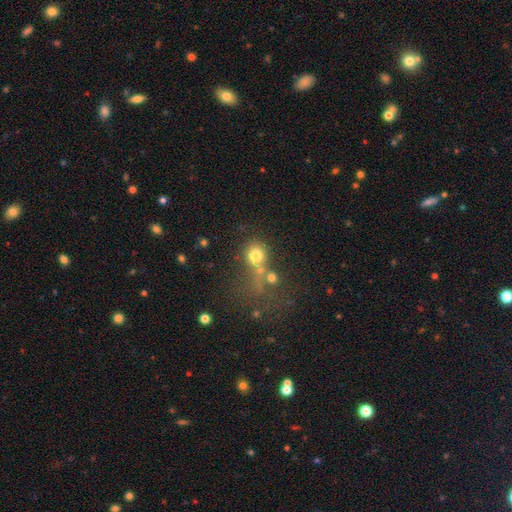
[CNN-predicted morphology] The model was most divided on "merging": none: 42%, merger: 34%, major disturbance: 12%, minor disturbance: 11%. More confident: how rounded — round (83%); smooth or featured — smooth (72%).